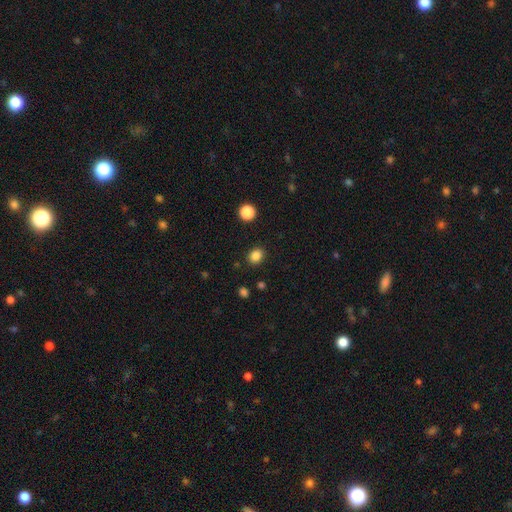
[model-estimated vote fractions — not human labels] A smooth galaxy with no disk features (85%) that is round (61%).

Vote fractions:
- Smooth or featured? smooth: 85% / star or artifact: 11% / featured or disk: 4%
- How rounded? round: 61% / in between: 38% / cigar-shaped: 1%
- Merging? none: 88% / minor disturbance: 8% / major disturbance: 3% / merger: 2%